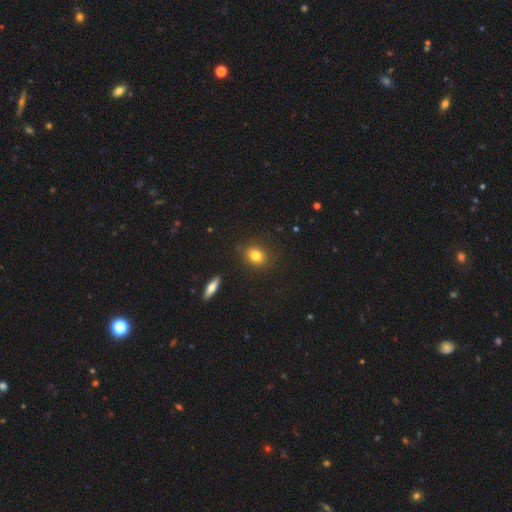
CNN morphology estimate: smooth_or_featured: smooth (p=0.81) [alt: star or artifact p=0.10]
how_rounded: round (p=0.55) [alt: in between p=0.43]
merging: none (p=0.85) [alt: minor disturbance p=0.10]